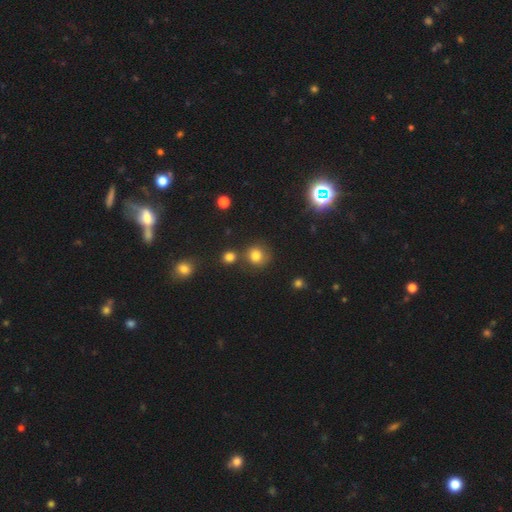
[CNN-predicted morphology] smooth 79%, star or artifact 15%, featured or disk 6%. Down the decision tree: how rounded — round (86%); merging — none (72%).